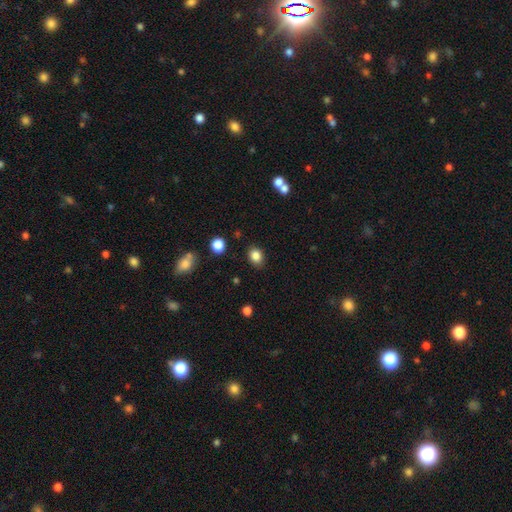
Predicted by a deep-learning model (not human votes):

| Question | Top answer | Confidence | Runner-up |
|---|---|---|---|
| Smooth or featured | smooth | 85% | star or artifact (11%) |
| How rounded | in between | 56% | round (43%) |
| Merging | none | 86% | minor disturbance (10%) |